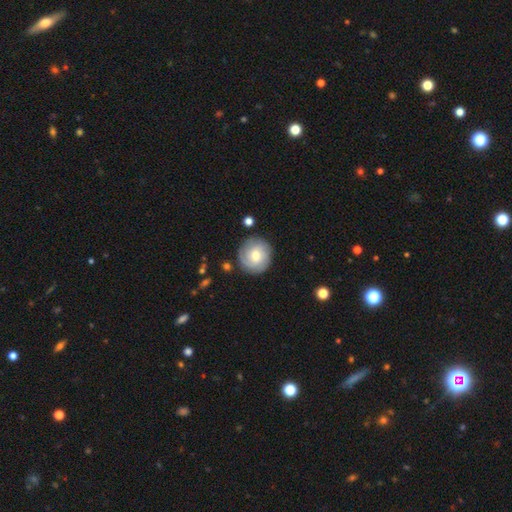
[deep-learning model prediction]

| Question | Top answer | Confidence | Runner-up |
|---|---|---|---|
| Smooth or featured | featured or disk | 55% | smooth (39%) |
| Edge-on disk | no | 97% | yes (3%) |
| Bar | no | 64% | weak (32%) |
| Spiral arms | yes | 86% | no (14%) |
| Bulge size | moderate | 64% | small (23%) |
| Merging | none | 83% | minor disturbance (11%) |